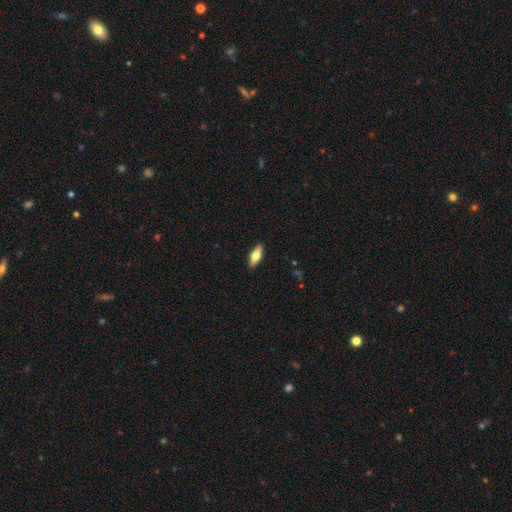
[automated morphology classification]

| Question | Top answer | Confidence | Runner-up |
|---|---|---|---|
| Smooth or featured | smooth | 63% | featured or disk (32%) |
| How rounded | in between | 68% | cigar-shaped (30%) |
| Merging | none | 90% | minor disturbance (8%) |